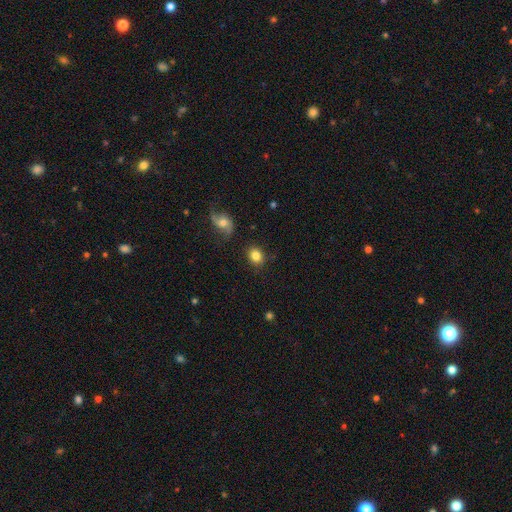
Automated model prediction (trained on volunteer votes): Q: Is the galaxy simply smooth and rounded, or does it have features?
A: smooth — 83%.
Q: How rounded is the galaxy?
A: round — 66%.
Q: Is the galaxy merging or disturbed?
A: none — 83%.